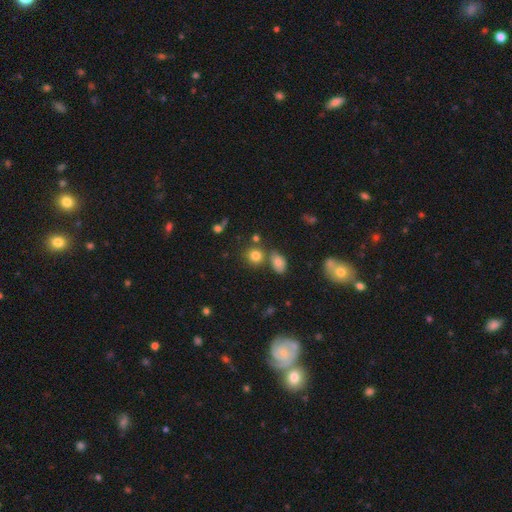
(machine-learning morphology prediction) smooth-or-featured: smooth: 79% | star or artifact: 12% | featured or disk: 8%
  how-rounded: round: 80% | in between: 19% | cigar-shaped: 1%
  merging: none: 67% | merger: 19% | minor disturbance: 10% | major disturbance: 4%